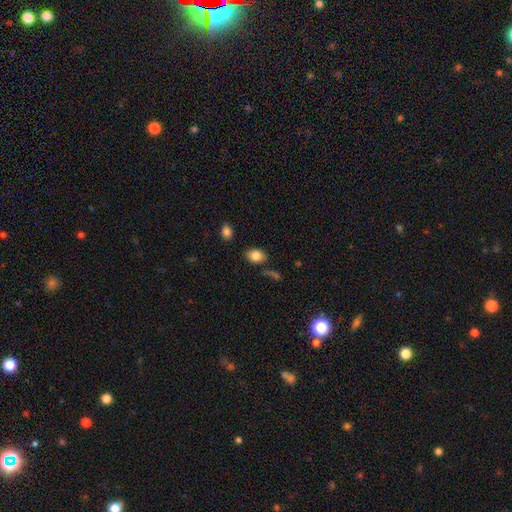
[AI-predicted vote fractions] smooth-or-featured: smooth: 83% | star or artifact: 9% | featured or disk: 8%
  how-rounded: in between: 70% | round: 29% | cigar-shaped: 1%
  merging: none: 77% | minor disturbance: 14% | major disturbance: 4% | merger: 4%